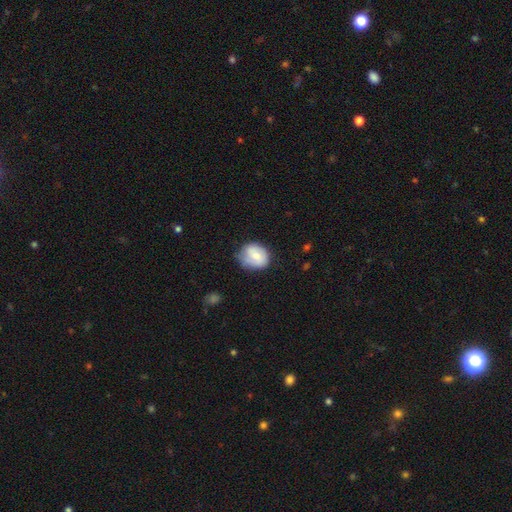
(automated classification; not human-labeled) Smooth or featured? smooth (69%)
How rounded? round (63%)
Merging? none (58%)